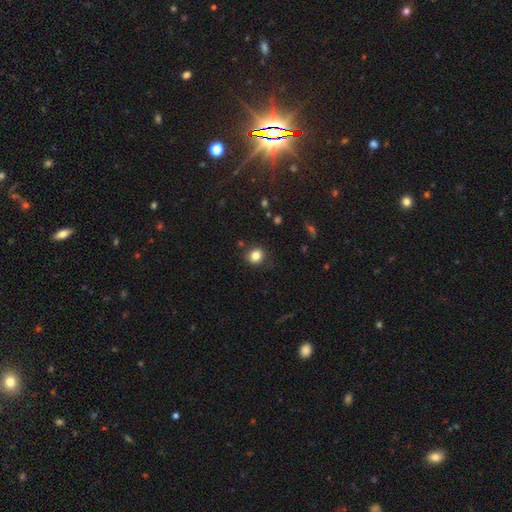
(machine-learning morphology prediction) Smooth or featured?
  - smooth: 82% *
  - star or artifact: 11%
  - featured or disk: 6%
How rounded?
  - round: 78% *
  - in between: 21%
  - cigar-shaped: 1%
Merging?
  - none: 85% *
  - minor disturbance: 11%
  - major disturbance: 3%
  - merger: 2%